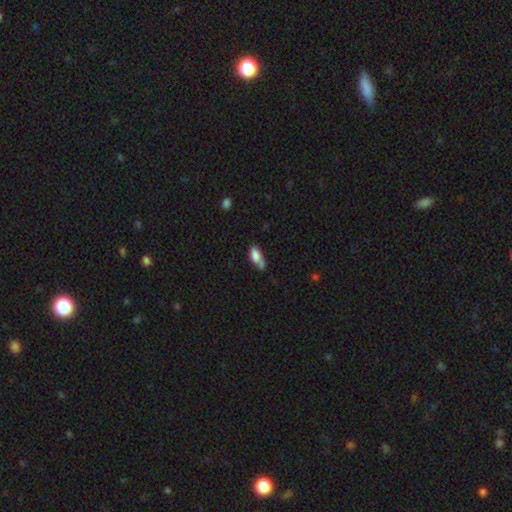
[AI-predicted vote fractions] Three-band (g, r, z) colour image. It shows a smooth galaxy with no disk features (80%) that is in between round and cigar-shaped (89%). Merging: none (35%).